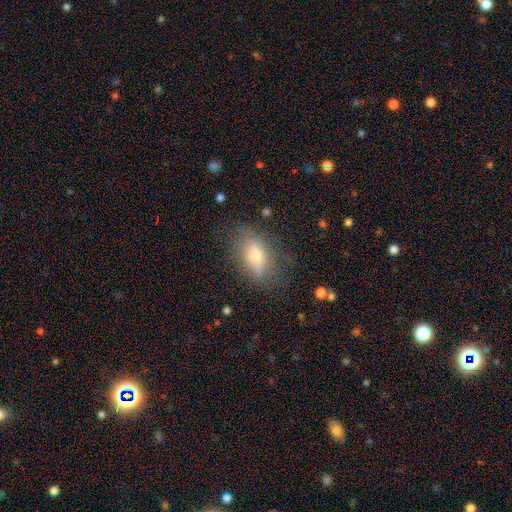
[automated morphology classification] smooth-or-featured: smooth: 59% | featured or disk: 32% | star or artifact: 9%
  how-rounded: in between: 79% | cigar-shaped: 14% | round: 7%
  merging: none: 72% | minor disturbance: 19% | major disturbance: 7% | merger: 2%